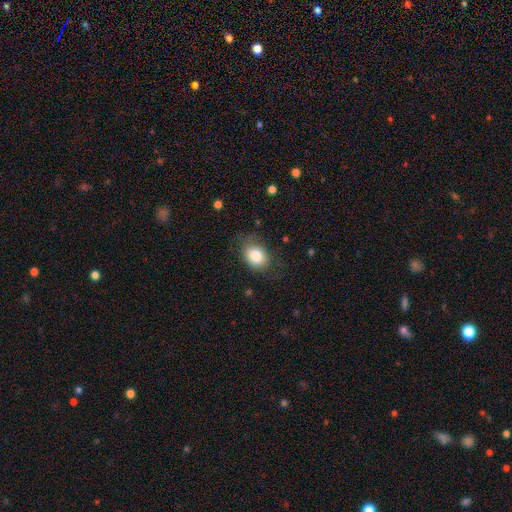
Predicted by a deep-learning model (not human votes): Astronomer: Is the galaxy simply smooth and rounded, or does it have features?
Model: smooth — 83%.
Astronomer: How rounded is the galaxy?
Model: in between — 66%.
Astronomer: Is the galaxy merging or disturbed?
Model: none — 70%.